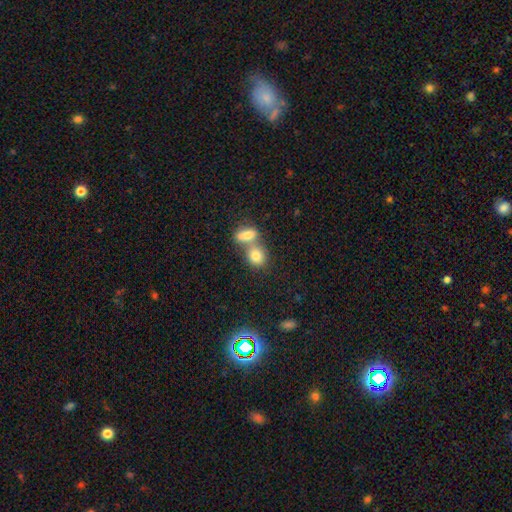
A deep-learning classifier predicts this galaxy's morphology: This is clearly a smooth galaxy (81%). How rounded: possibly round (55%). Merging: possibly merger (54%).